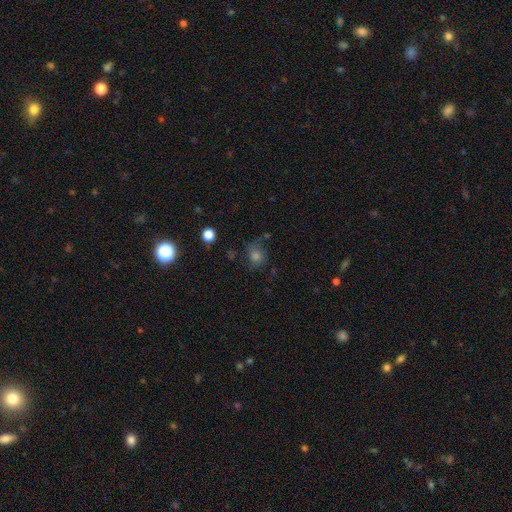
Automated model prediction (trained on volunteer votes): This appears to be a smooth galaxy with no disk features (50%) that is round (73%). Merging: none (63%).